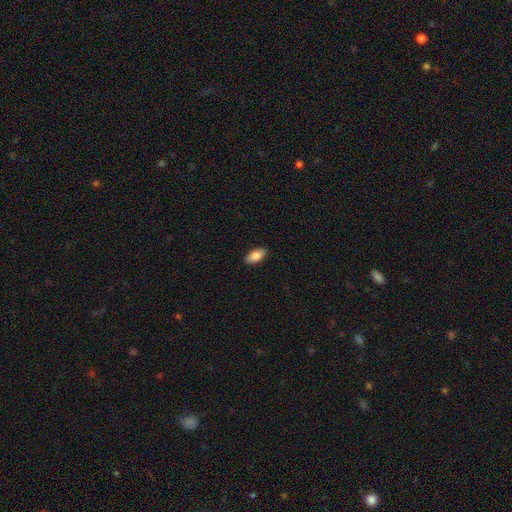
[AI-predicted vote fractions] Smooth or featured?
  - smooth: 85% *
  - featured or disk: 9%
  - star or artifact: 7%
How rounded?
  - in between: 93% *
  - cigar-shaped: 4%
  - round: 3%
Merging?
  - none: 89% *
  - minor disturbance: 8%
  - major disturbance: 2%
  - merger: 1%